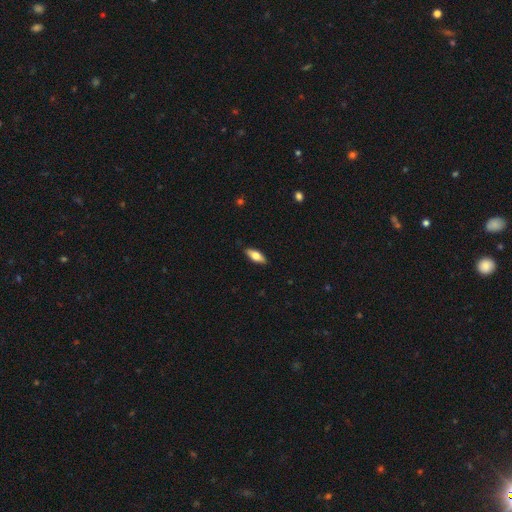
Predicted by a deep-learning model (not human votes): Smooth or featured? Predicted: smooth (p=0.65). How rounded? Predicted: in between (p=0.75). Merging? Predicted: none (p=0.88).